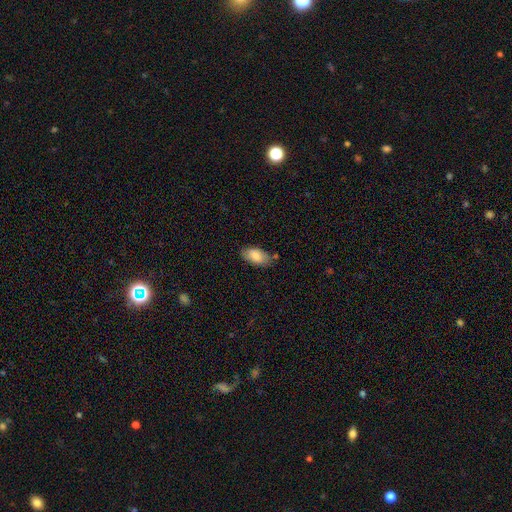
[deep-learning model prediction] Smooth or featured: smooth — 85% (featured or disk — 9%)
How rounded: in between — 94% (cigar-shaped — 4%)
Merging: none — 72% (minor disturbance — 20%)